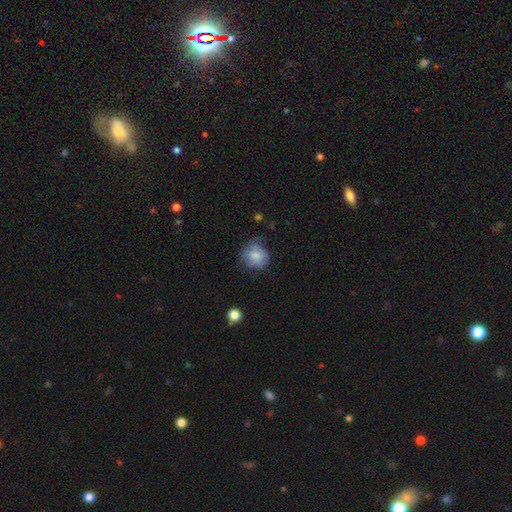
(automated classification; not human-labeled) Smooth or featured? Predicted: smooth (p=0.73). How rounded? Predicted: round (p=0.72). Merging? Predicted: none (p=0.54).